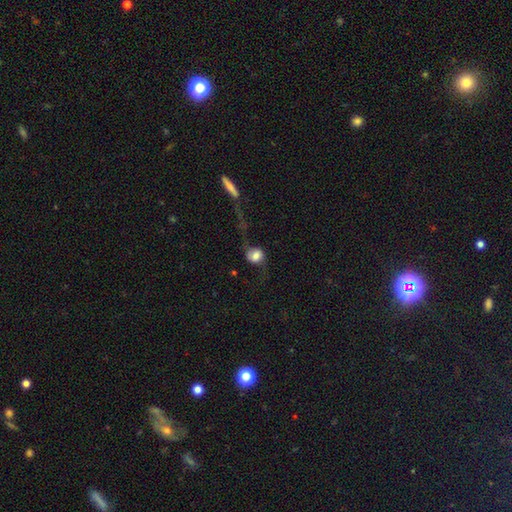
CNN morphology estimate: The model was most divided on "merging" (2-way tie): none: 37%, major disturbance: 37%, minor disturbance: 17%, merger: 9%. Remaining: smooth or featured — smooth (49%).